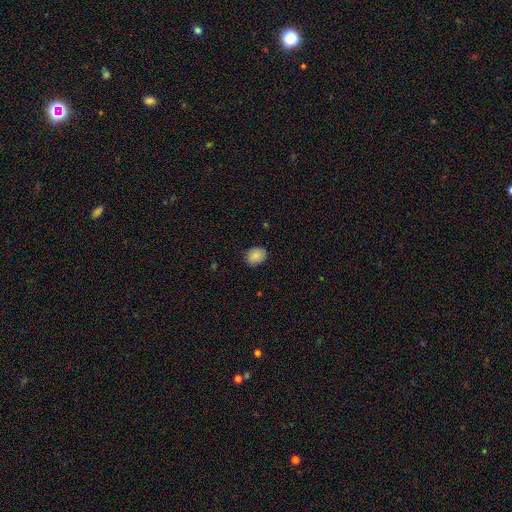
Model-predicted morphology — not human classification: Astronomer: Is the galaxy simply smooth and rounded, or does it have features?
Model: smooth — 86%.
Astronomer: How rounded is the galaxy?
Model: in between — 51% (runner-up: round, 48%).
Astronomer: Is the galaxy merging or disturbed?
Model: none — 83%.